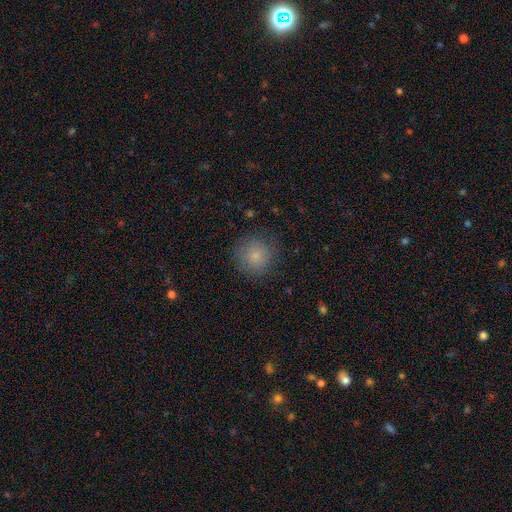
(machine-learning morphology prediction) Overall: smooth (83%). How rounded: round (94%). Merging: none (85%).